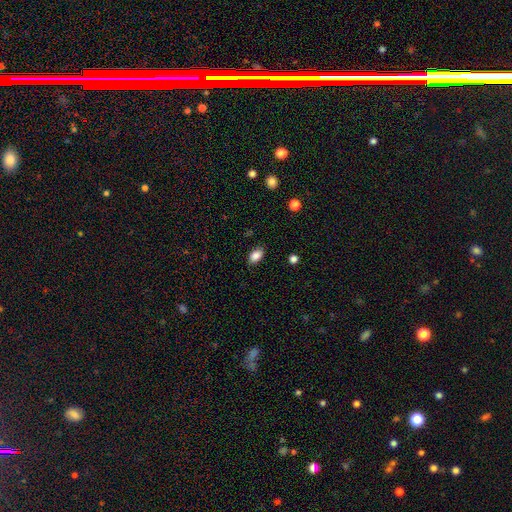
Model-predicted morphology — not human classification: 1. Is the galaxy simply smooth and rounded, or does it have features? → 87% smooth, 8% star or artifact, 5% featured or disk.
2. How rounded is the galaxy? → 90% in between, 8% round, 2% cigar-shaped.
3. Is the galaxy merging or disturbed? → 85% none, 11% minor disturbance, 3% major disturbance, 1% merger.